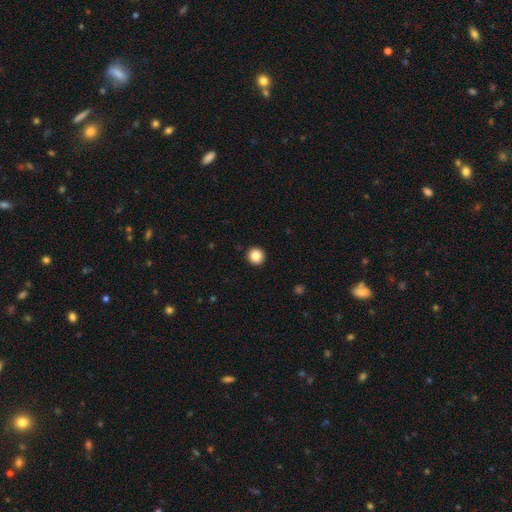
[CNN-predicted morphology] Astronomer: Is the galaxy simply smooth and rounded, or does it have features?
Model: smooth — 86%.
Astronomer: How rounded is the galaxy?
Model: round — 96%.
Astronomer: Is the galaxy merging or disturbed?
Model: none — 94%.